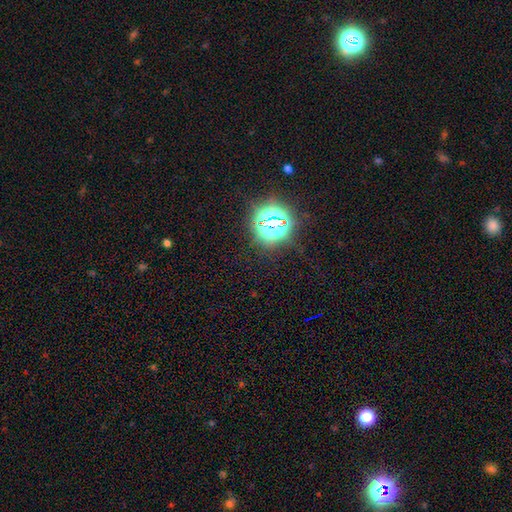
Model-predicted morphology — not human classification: Smooth or featured? star or artifact (78%)